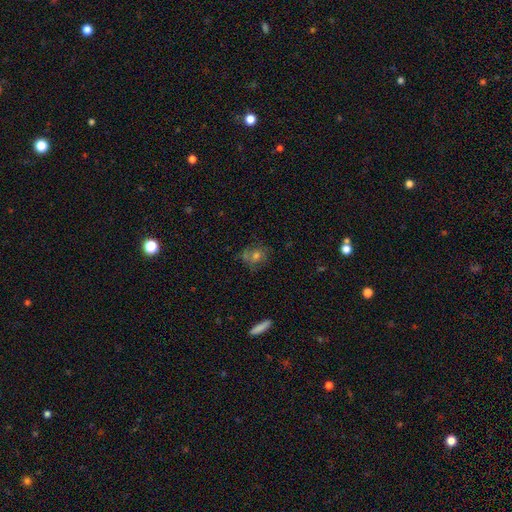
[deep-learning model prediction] Smooth or featured: smooth — 47% (featured or disk — 32%)
Merging: none — 71% (minor disturbance — 17%)